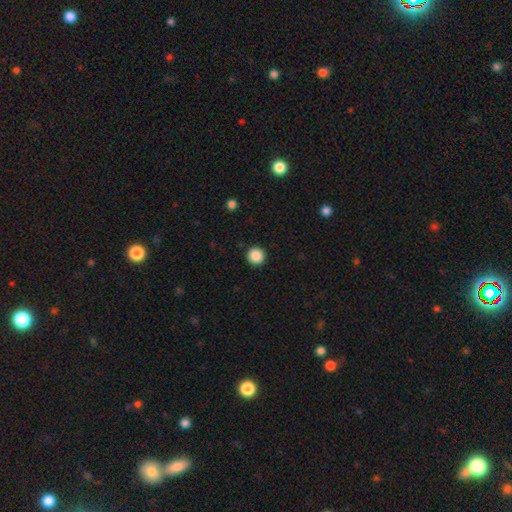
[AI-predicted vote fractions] This appears to be a smooth galaxy with no disk features (88%) that is round (95%). Merging: none (93%).